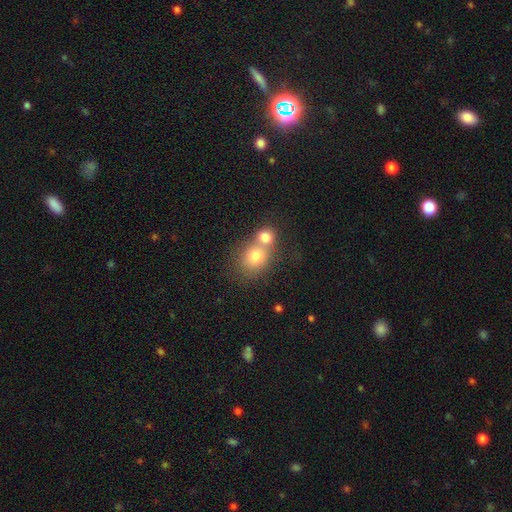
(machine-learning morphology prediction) This is likely a smooth galaxy (75%). How rounded: likely round (69%). Merging: possibly merger (59%).